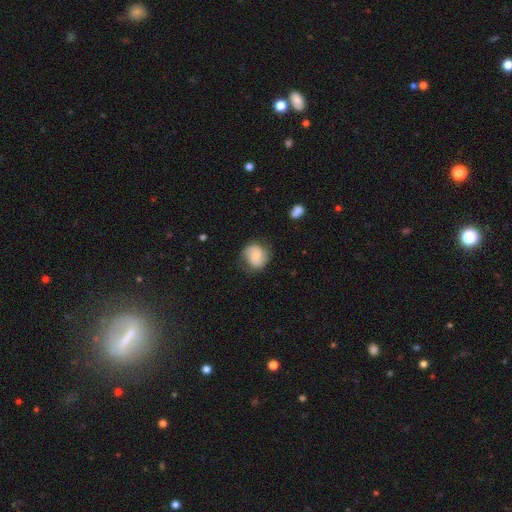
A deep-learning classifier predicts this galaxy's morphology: Overall: featured or disk (48%; smooth 45%). Merging: none (72%).